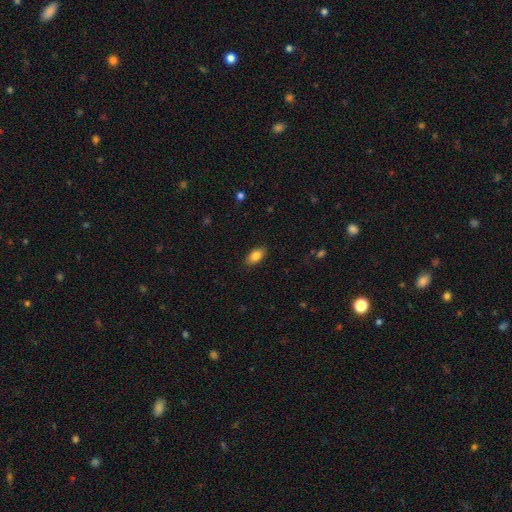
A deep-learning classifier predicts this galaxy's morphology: A smooth galaxy with no disk features (86%) that is in between round and cigar-shaped (92%).

Vote fractions:
- Smooth or featured? smooth: 86% / star or artifact: 8% / featured or disk: 7%
- How rounded? in between: 92% / round: 6% / cigar-shaped: 3%
- Merging? none: 88% / minor disturbance: 9% / major disturbance: 2% / merger: 1%